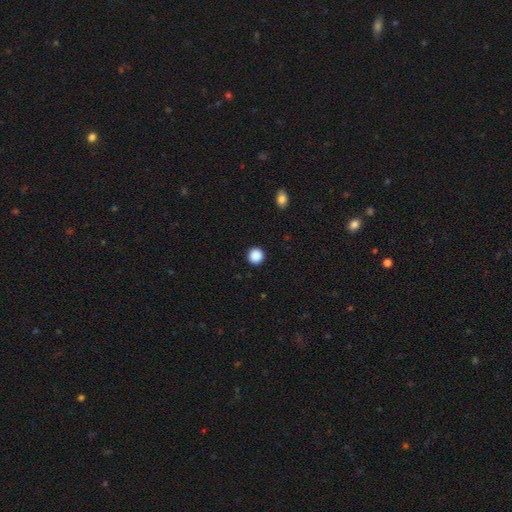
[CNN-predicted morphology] Q: Smooth or featured?
A: smooth (89%); runner-up: star or artifact (9%)
Q: How rounded?
A: round (95%); runner-up: in between (4%)
Q: Merging?
A: none (93%); runner-up: minor disturbance (4%)